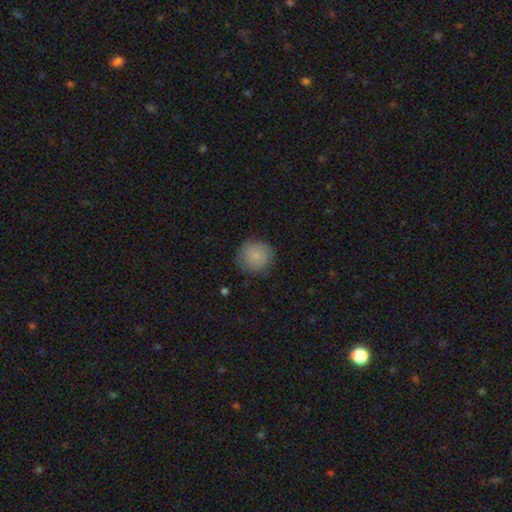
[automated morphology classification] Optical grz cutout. It shows a smooth galaxy with no disk features (81%) that is round (91%). Merging: none (82%).